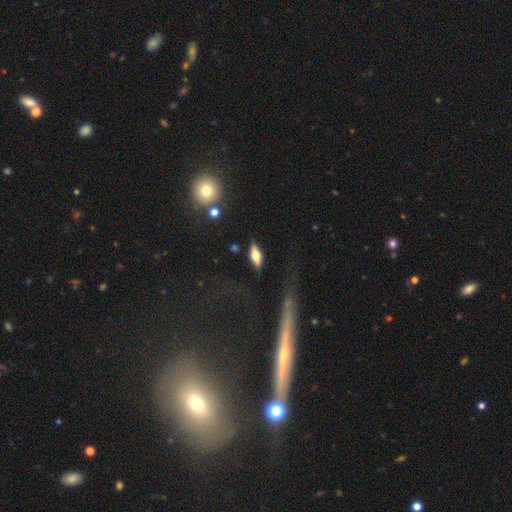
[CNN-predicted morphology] smooth 55%, featured or disk 37%, star or artifact 7%. Down the decision tree: how rounded — in between (67%); merging — none (82%).